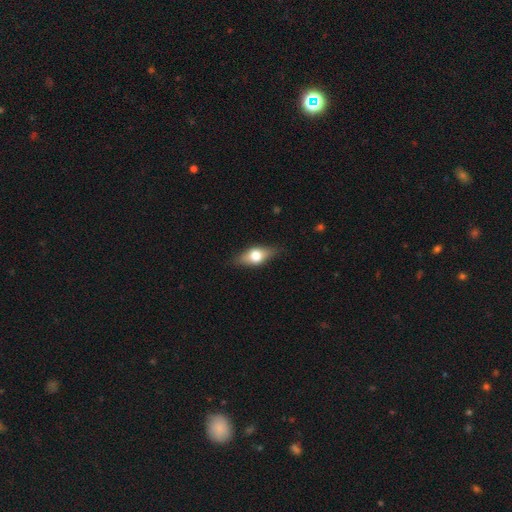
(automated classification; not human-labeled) The model was most divided on "smooth or featured": smooth: 54%, featured or disk: 39%, star or artifact: 7%. More confident: merging — none (82%); how rounded — in between (75%).